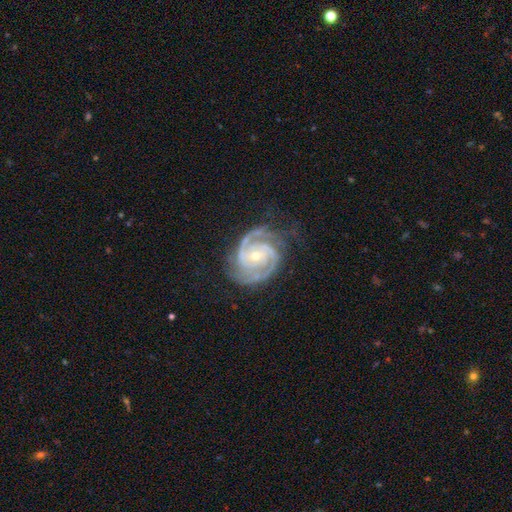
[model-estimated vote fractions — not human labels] A featured or disk galaxy (93%) with no bar (60%), 2 (64%) tight (65%) spiral arms (99%) and a small central bulge (61%).

Vote fractions:
- Smooth or featured? featured or disk: 93% / star or artifact: 4% / smooth: 3%
- Edge-on disk? no: 98% / yes: 2%
- Bar? no: 60% / weak: 27% / strong: 12%
- Spiral arms? yes: 99% / no: 1%
- Spiral winding? tight: 65% / medium: 31% / loose: 4%
- Spiral arm count? 2: 64% / 3: 21% / can't tell: 5% / 4: 4% / 1: 3% / more than 4: 3%
- Bulge size? small: 61% / moderate: 37% / large: 1% / none: 1% / dominant: 1%
- Merging? none: 70% / minor disturbance: 20% / major disturbance: 9% / merger: 1%